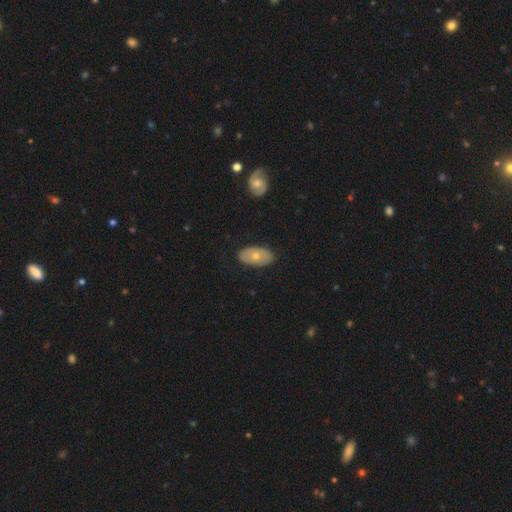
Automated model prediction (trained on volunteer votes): This is possibly a smooth galaxy (58%). How rounded: clearly in between (92%). Merging: clearly none (85%).